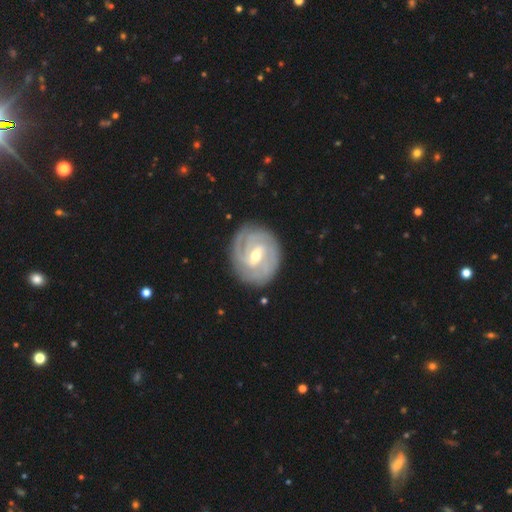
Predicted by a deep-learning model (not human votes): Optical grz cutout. It shows a featured or disk galaxy (89%) with a weak bar (53%), 3 (29%) tight (74%) spiral arms (97%) and a moderate central bulge (58%). Merging: none (83%).